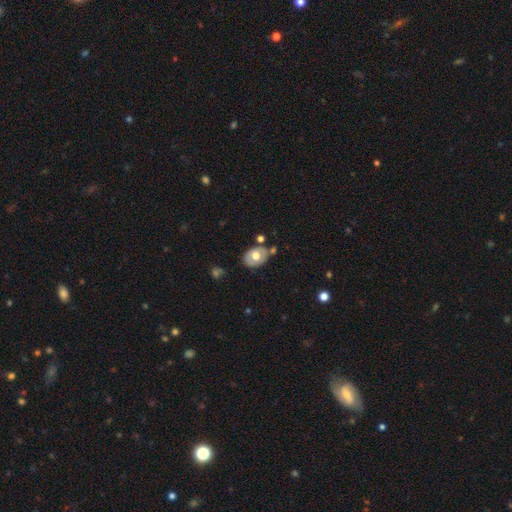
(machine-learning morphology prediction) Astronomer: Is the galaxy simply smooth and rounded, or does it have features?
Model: smooth — 60%.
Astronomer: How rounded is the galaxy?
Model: in between — 77%.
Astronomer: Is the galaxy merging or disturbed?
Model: none — 67%.